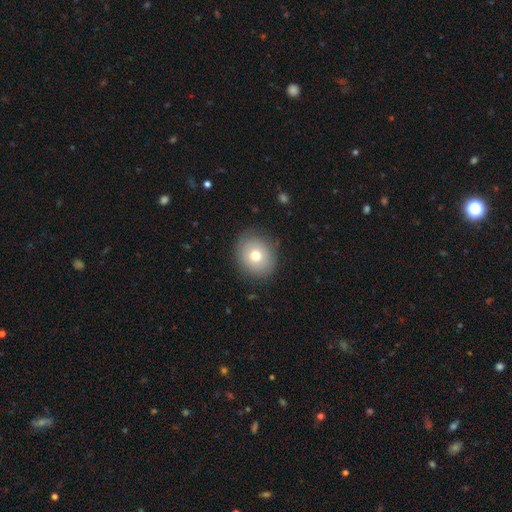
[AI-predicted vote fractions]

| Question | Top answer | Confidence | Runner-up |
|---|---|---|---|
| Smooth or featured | smooth | 73% | featured or disk (17%) |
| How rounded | round | 74% | in between (25%) |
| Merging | none | 84% | minor disturbance (11%) |